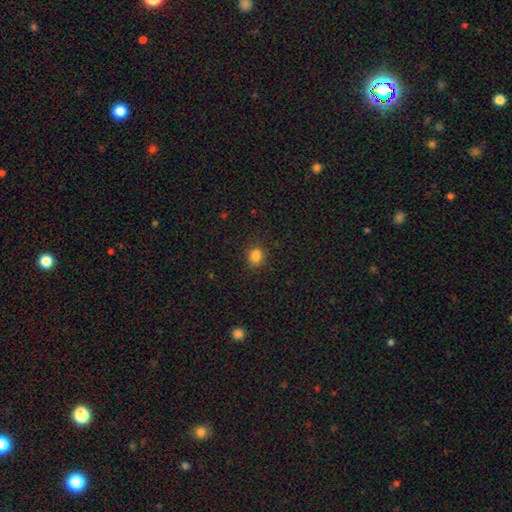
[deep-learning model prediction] The model was most divided on "how rounded": round: 58%, in between: 41%, cigar-shaped: 1%. More confident: smooth or featured — smooth (83%); merging — none (81%).